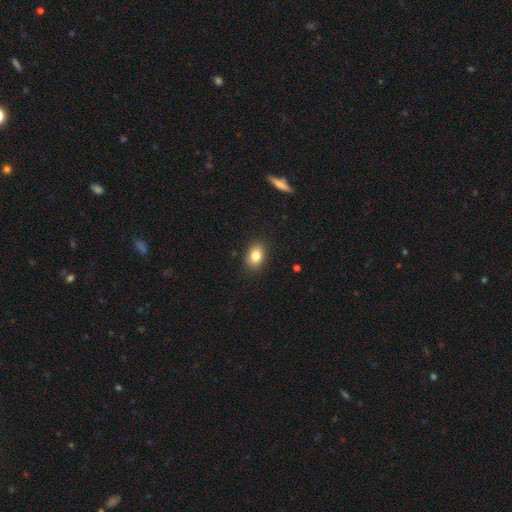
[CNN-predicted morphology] Smooth or featured?
  - smooth: 82% *
  - star or artifact: 10%
  - featured or disk: 8%
How rounded?
  - in between: 72% *
  - round: 26%
  - cigar-shaped: 1%
Merging?
  - none: 88% *
  - minor disturbance: 9%
  - major disturbance: 2%
  - merger: 1%